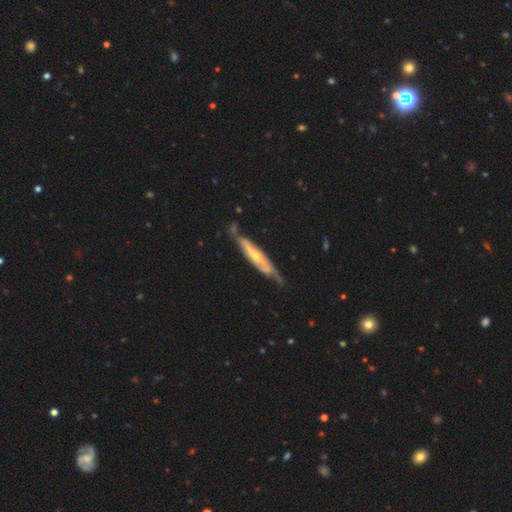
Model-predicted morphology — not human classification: smooth-or-featured: featured or disk: 72% | smooth: 23% | star or artifact: 5%
  disk-edge-on: yes: 56% | no: 44%
  merging: none: 58% | minor disturbance: 29% | major disturbance: 8% | merger: 5%